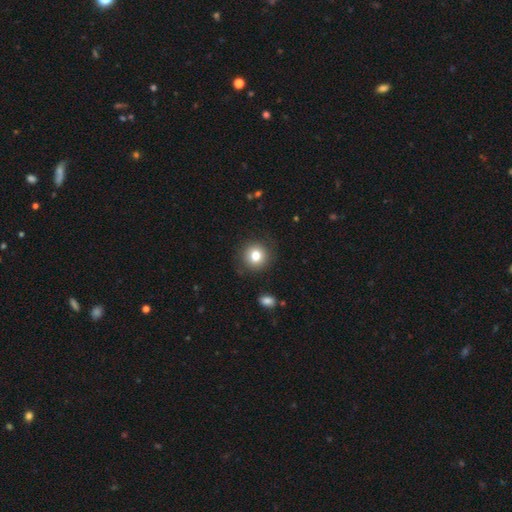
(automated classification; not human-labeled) Morphology: type=smooth (80%); roundness=round (93%); merging=none (88%).